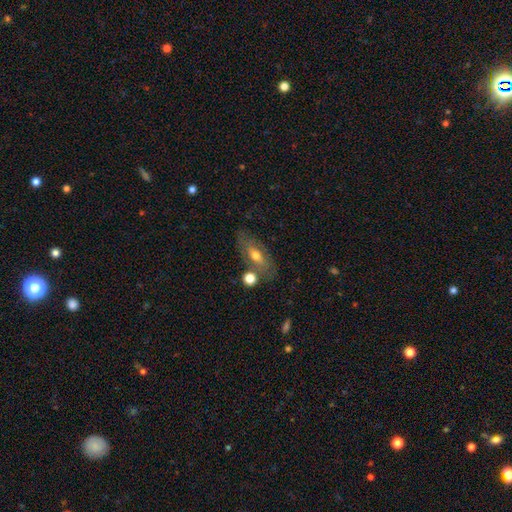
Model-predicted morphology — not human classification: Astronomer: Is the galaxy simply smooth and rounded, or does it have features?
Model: smooth — 53% (runner-up: featured or disk, 39%).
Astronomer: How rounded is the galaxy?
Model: in between — 71%.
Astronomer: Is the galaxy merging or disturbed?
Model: none — 65%.